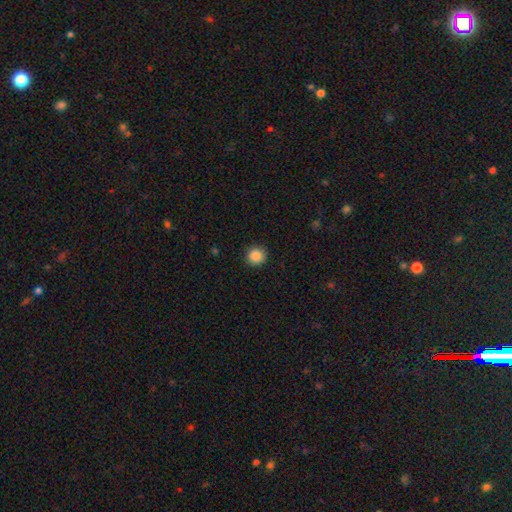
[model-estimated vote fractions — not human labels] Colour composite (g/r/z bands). It shows a smooth galaxy with no disk features (87%) that is round (92%). Merging: none (91%).